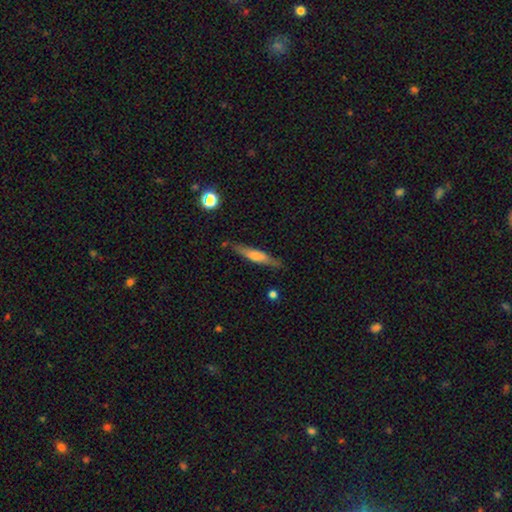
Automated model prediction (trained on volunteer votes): This is possibly a featured or disk galaxy (49%). Merging: clearly none (84%).